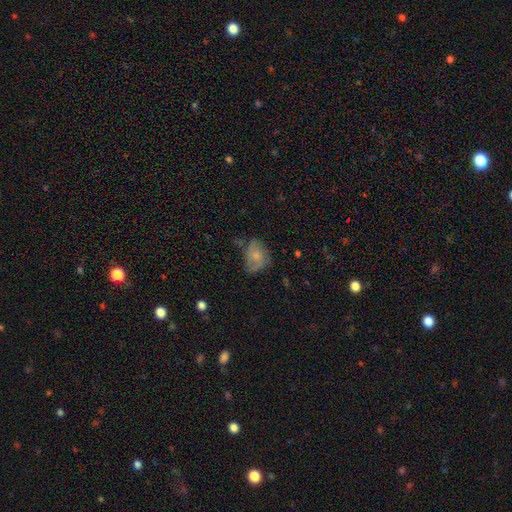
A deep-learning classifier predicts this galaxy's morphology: Q: Smooth or featured?
A: smooth (60%); runner-up: featured or disk (31%)
Q: How rounded?
A: in between (66%); runner-up: round (33%)
Q: Merging?
A: none (46%); runner-up: minor disturbance (33%)